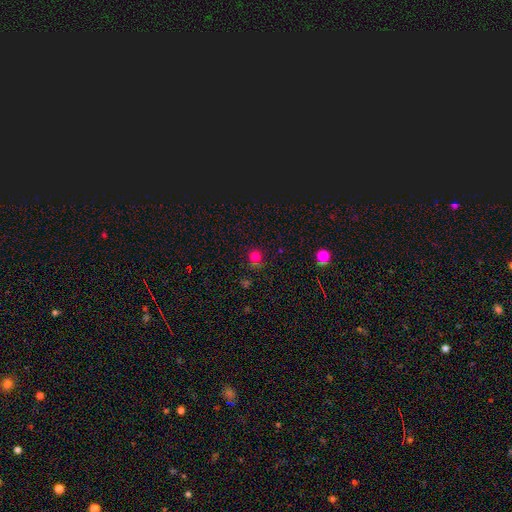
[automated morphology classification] smooth-or-featured: smooth: 75% | star or artifact: 20% | featured or disk: 6%
  how-rounded: round: 88% | in between: 12% | cigar-shaped: 1%
  merging: none: 72% | minor disturbance: 17% | major disturbance: 6% | merger: 5%